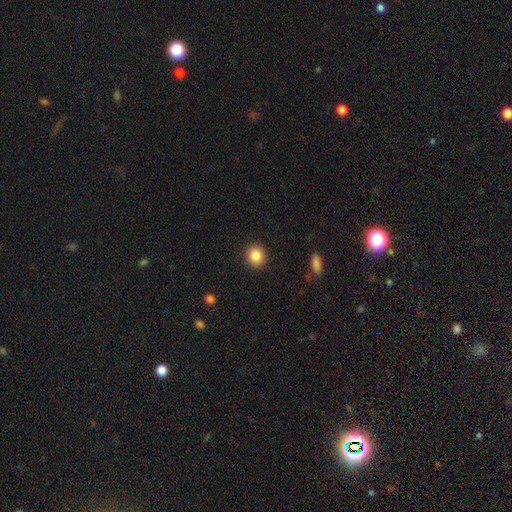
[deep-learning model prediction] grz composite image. It shows a smooth galaxy with no disk features (86%) that is round (83%). Merging: none (91%).